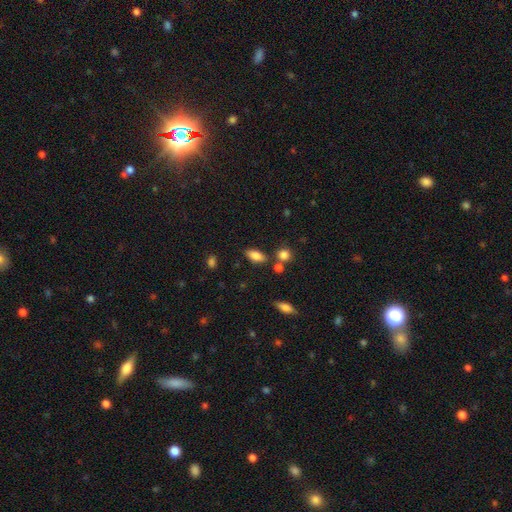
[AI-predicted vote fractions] Smooth or featured? Predicted: smooth (p=0.82). How rounded? Predicted: in between (p=0.86). Merging? Predicted: none (p=0.76).